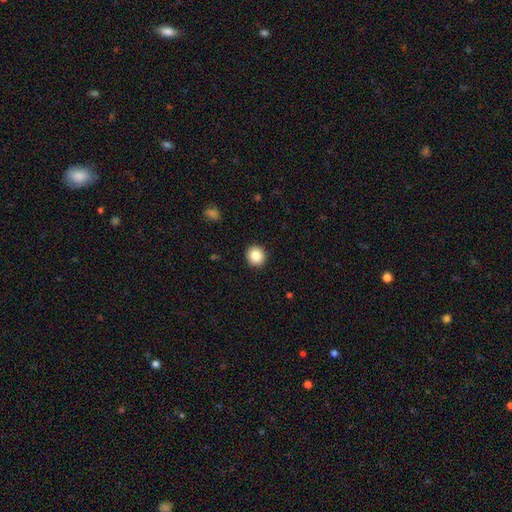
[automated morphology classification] smooth_or_featured: smooth (p=0.85) [alt: star or artifact p=0.09]
how_rounded: round (p=0.91) [alt: in between p=0.08]
merging: none (p=0.93) [alt: minor disturbance p=0.05]